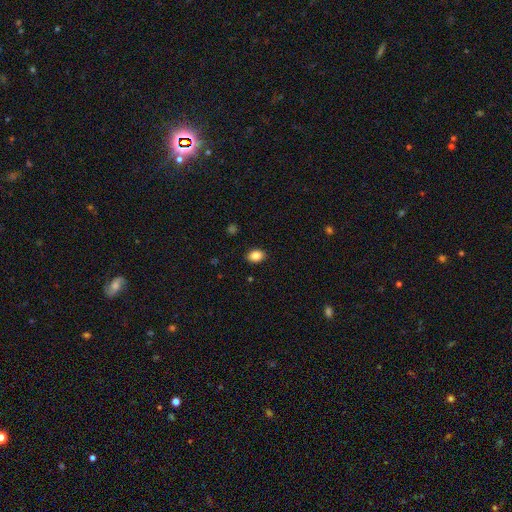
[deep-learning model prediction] Smooth or featured? Predicted: smooth (p=0.86). How rounded? Predicted: in between (p=0.78). Merging? Predicted: none (p=0.89).